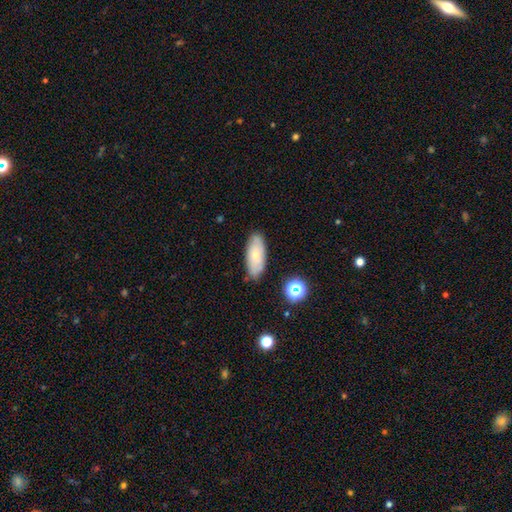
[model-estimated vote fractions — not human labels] This appears to be a smooth galaxy with no disk features (66%) that is in between round and cigar-shaped (83%). Merging: none (80%).